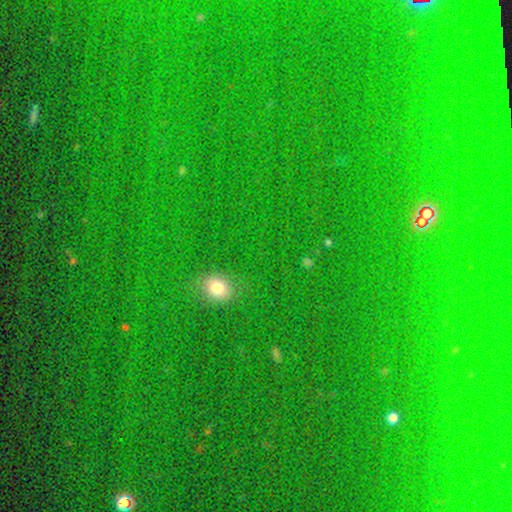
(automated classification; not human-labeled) smooth-or-featured: star or artifact: 52% | smooth: 39% | featured or disk: 9%